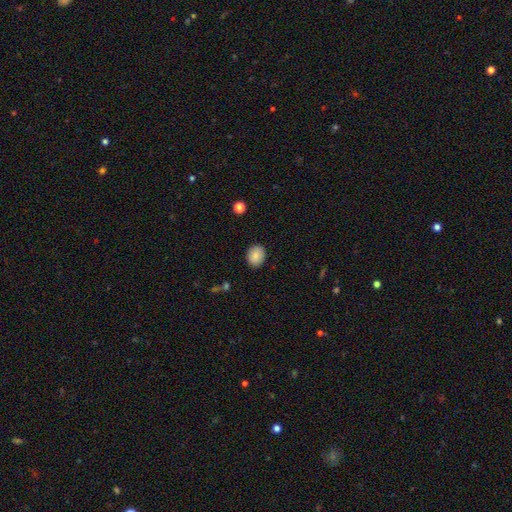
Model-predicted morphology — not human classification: smooth_or_featured: smooth (p=0.86) [alt: star or artifact p=0.08]
how_rounded: round (p=0.63) [alt: in between p=0.36]
merging: none (p=0.89) [alt: minor disturbance p=0.08]